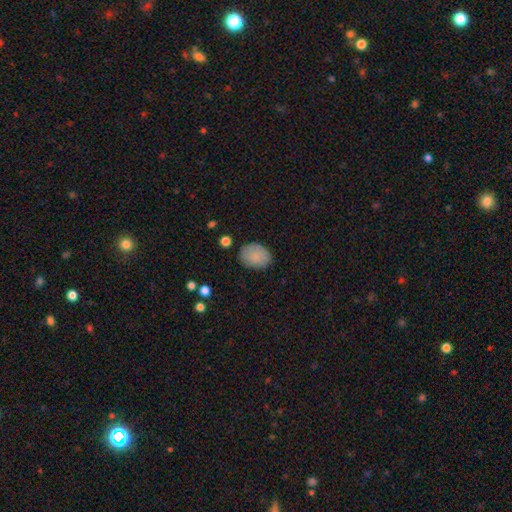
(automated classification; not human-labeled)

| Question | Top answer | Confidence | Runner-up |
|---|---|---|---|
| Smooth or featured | smooth | 86% | star or artifact (8%) |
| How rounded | in between | 65% | round (33%) |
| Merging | none | 80% | minor disturbance (15%) |